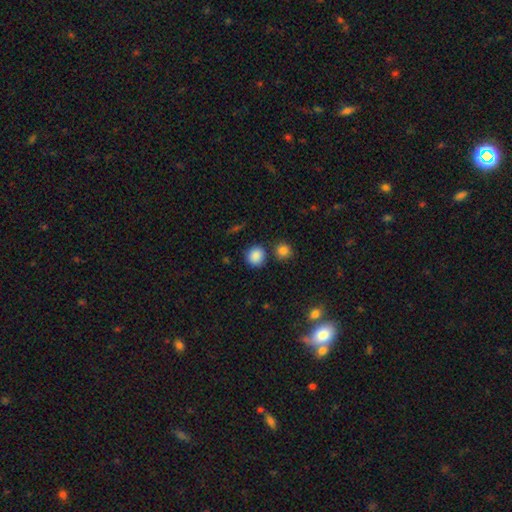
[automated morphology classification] A smooth galaxy with no disk features (87%) that is round (87%). Merging: none (78%).